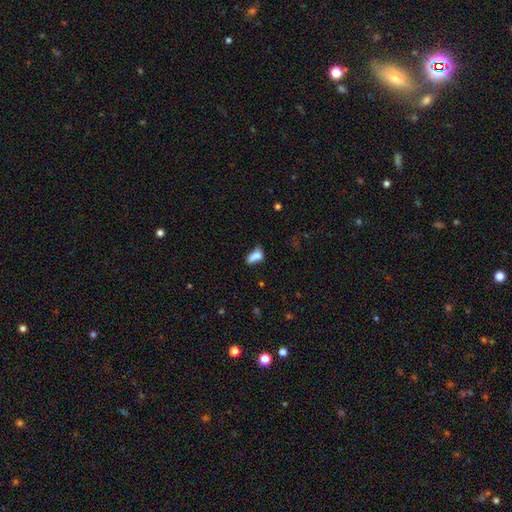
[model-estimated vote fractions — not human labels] smooth_or_featured: smooth (p=0.72) [alt: featured or disk p=0.17]
how_rounded: in between (p=0.78) [alt: cigar-shaped p=0.14]
merging: none (p=0.31) [alt: minor disturbance p=0.27]